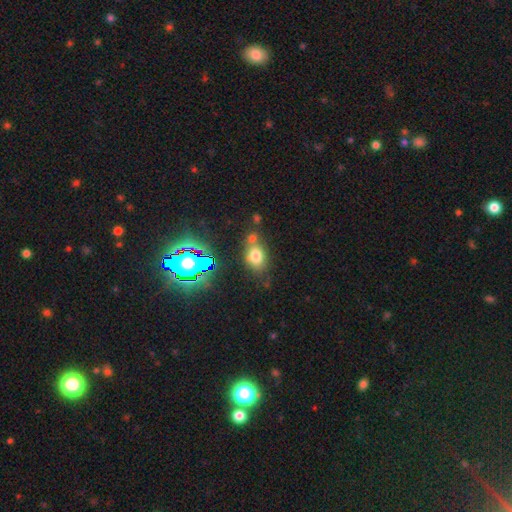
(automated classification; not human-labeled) smooth-or-featured: smooth: 72% | star or artifact: 17% | featured or disk: 11%
  how-rounded: in between: 76% | round: 22% | cigar-shaped: 2%
  merging: none: 55% | merger: 21% | minor disturbance: 18% | major disturbance: 6%